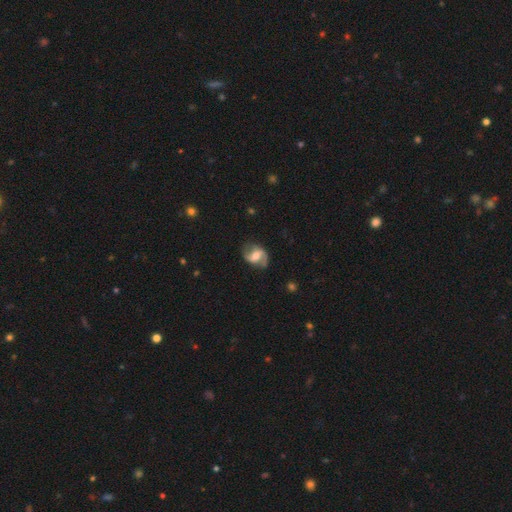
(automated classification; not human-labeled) Smooth or featured: featured or disk — 80% (smooth — 14%)
Edge-on disk: no — 97% (yes — 3%)
Bar: weak — 46% (no — 31%)
Spiral arms: yes — 94% (no — 6%)
Spiral winding: loose — 46% (medium — 40%)
Spiral arm count: 2 — 90% (can't tell — 4%)
Bulge size: moderate — 63% (small — 27%)
Merging: none — 75% (minor disturbance — 17%)